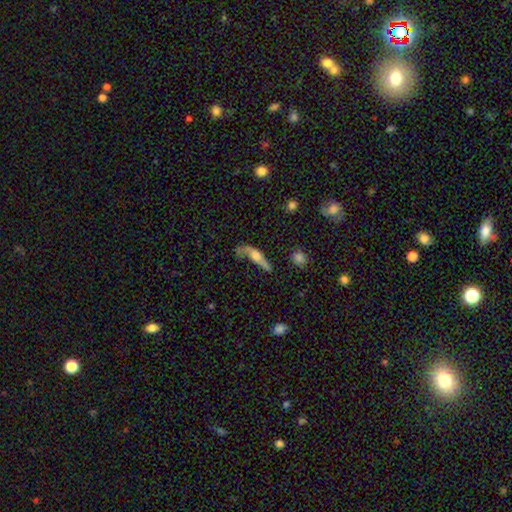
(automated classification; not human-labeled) Q: Smooth or featured?
A: featured or disk (50%); runner-up: smooth (41%)
Q: Merging?
A: major disturbance (35%); runner-up: none (30%)